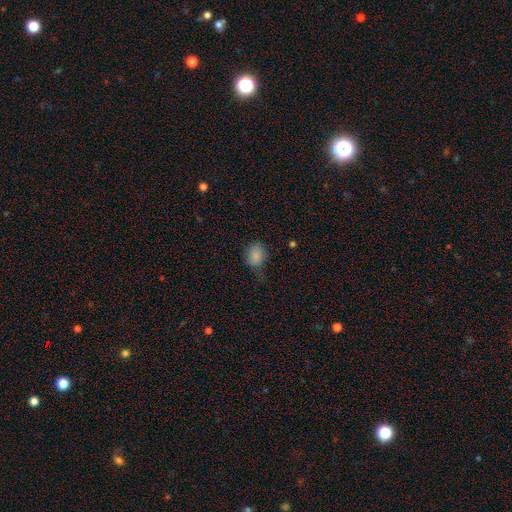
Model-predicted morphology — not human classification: Smooth or featured? Predicted: smooth (p=0.81). How rounded? Predicted: round (p=0.55). Merging? Predicted: none (p=0.52).